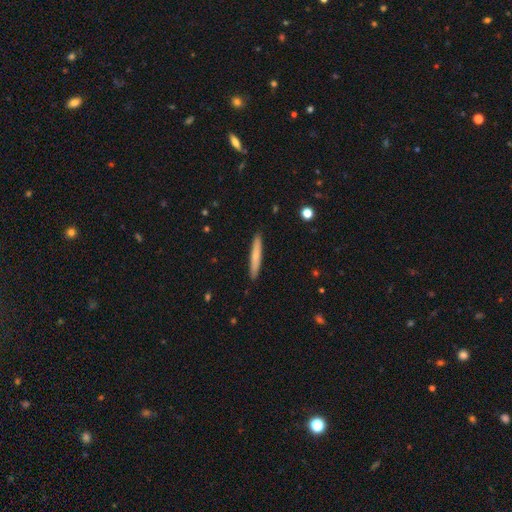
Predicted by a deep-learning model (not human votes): A smooth galaxy with no disk features (70%) that is cigar-shaped (95%).

Vote fractions:
- Smooth or featured? smooth: 70% / featured or disk: 25% / star or artifact: 6%
- How rounded? cigar-shaped: 95% / in between: 4% / round: 1%
- Merging? none: 91% / minor disturbance: 6% / major disturbance: 1% / merger: 1%